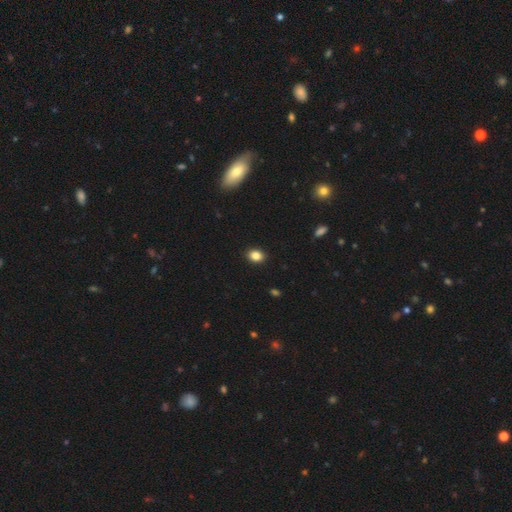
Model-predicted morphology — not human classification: The model was most divided on "how rounded": in between: 57%, round: 42%, cigar-shaped: 1%. More confident: merging — none (90%); smooth or featured — smooth (85%).